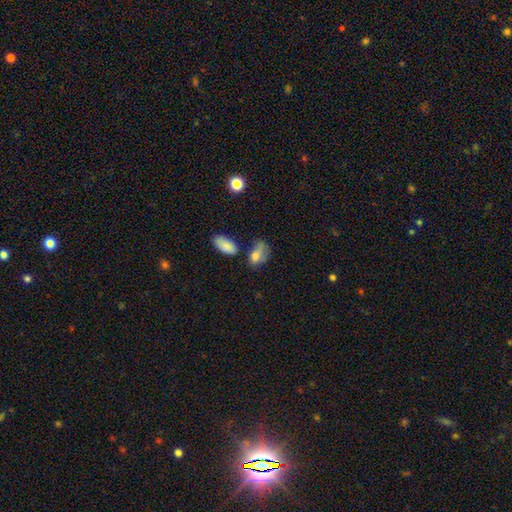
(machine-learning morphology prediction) A smooth galaxy with no disk features (75%) that is in between round and cigar-shaped (85%).

Vote fractions:
- Smooth or featured? smooth: 75% / featured or disk: 15% / star or artifact: 10%
- How rounded? in between: 85% / round: 12% / cigar-shaped: 3%
- Merging? none: 31% / minor disturbance: 30% / major disturbance: 25% / merger: 15%